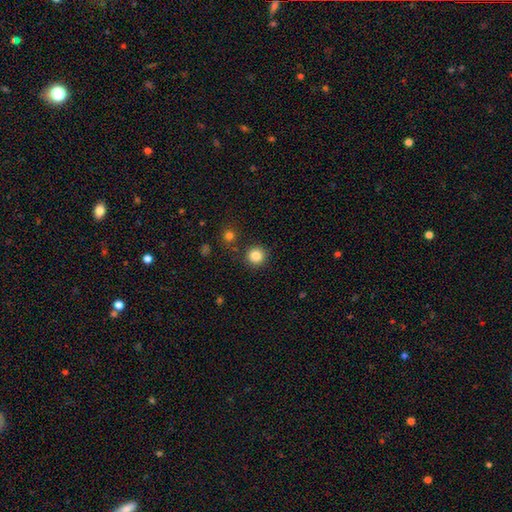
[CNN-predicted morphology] Q: Smooth or featured?
A: smooth (85%); runner-up: star or artifact (11%)
Q: How rounded?
A: round (94%); runner-up: in between (5%)
Q: Merging?
A: none (89%); runner-up: minor disturbance (6%)